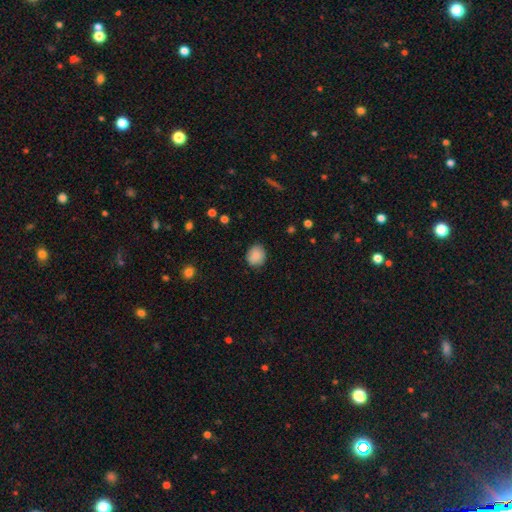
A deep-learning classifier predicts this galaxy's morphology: smooth-or-featured: smooth: 88% | star or artifact: 8% | featured or disk: 5%
  how-rounded: round: 67% | in between: 33% | cigar-shaped: 1%
  merging: none: 83% | minor disturbance: 13% | major disturbance: 3% | merger: 1%